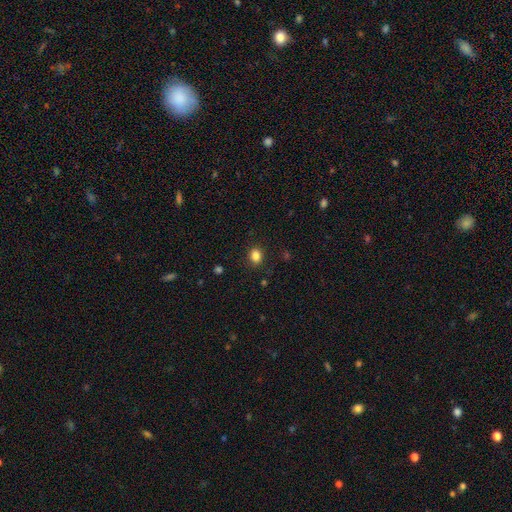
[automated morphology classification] The model was most divided on "how rounded": in between: 54%, round: 45%, cigar-shaped: 1%. More confident: merging — none (87%); smooth or featured — smooth (85%).